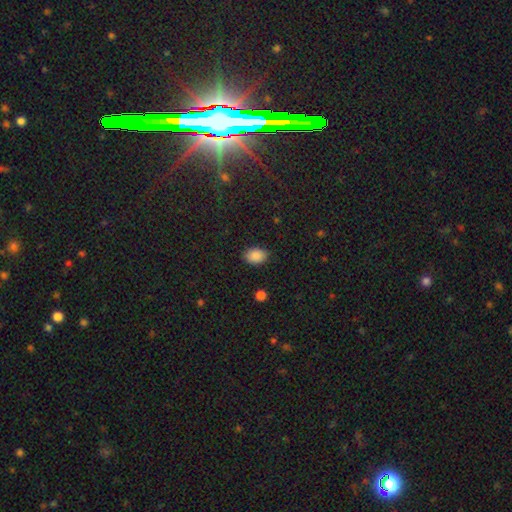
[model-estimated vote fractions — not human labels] smooth 88%, star or artifact 9%, featured or disk 4%. Down the decision tree: how rounded — in between (82%); merging — none (86%).